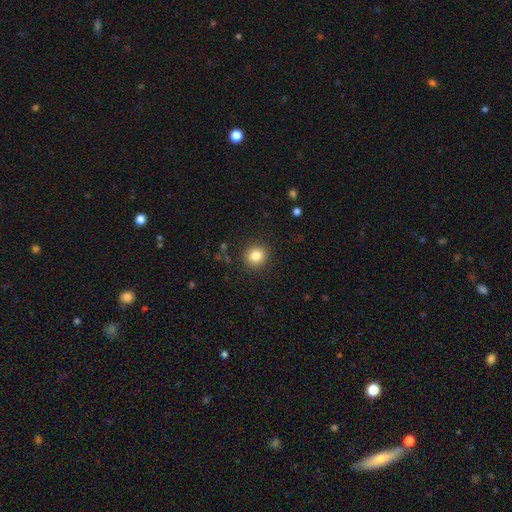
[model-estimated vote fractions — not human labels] The model was most divided on "smooth or featured": smooth: 83%, star or artifact: 11%, featured or disk: 6%. More confident: merging — none (90%); how rounded — round (89%).